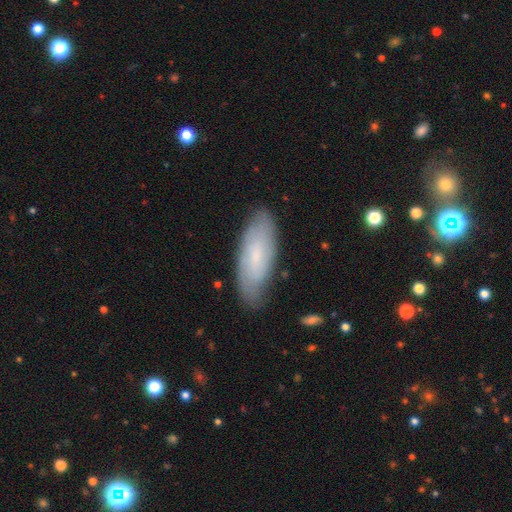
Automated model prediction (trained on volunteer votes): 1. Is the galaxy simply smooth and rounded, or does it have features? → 53% smooth, 40% featured or disk, 7% star or artifact.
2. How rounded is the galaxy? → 71% in between, 28% cigar-shaped, 2% round.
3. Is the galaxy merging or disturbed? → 80% none, 15% minor disturbance, 3% major disturbance, 1% merger.